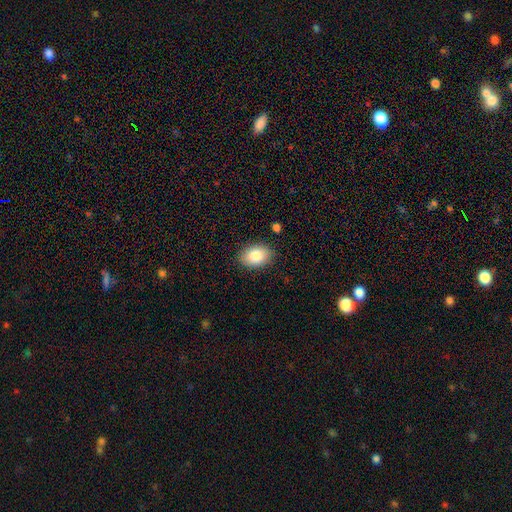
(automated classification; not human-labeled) Overall: smooth (85%). How rounded: in between (83%). Merging: none (87%).